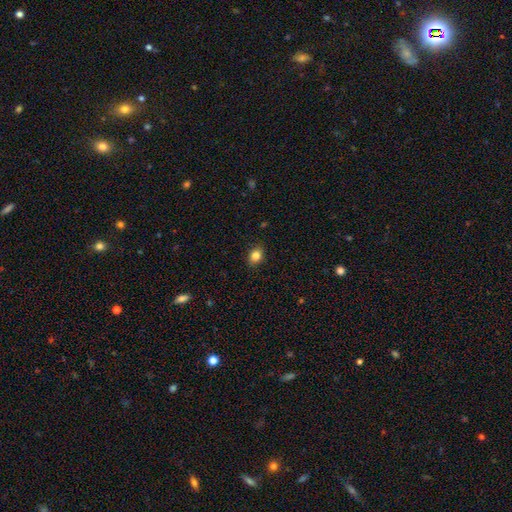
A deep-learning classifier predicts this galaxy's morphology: type=smooth (84%); roundness=in between (57%); merging=none (88%).